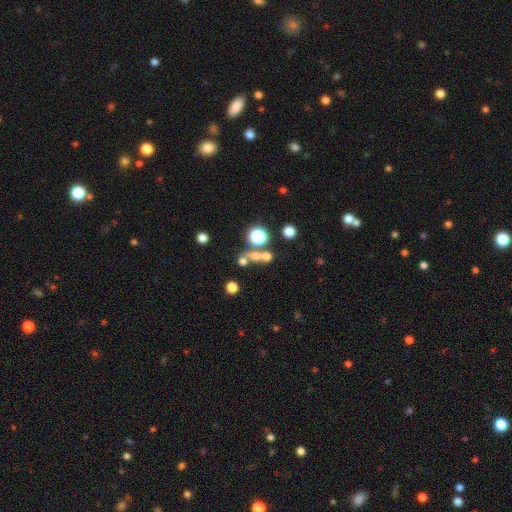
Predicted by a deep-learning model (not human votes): smooth-or-featured: smooth: 54% | star or artifact: 30% | featured or disk: 16%
  how-rounded: round: 74% | in between: 22% | cigar-shaped: 4%
  merging: none: 48% | merger: 37% | minor disturbance: 8% | major disturbance: 7%